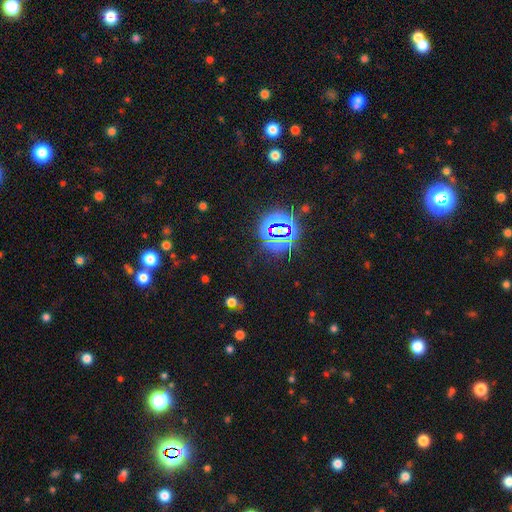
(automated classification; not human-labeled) Overall: star or artifact (78%).